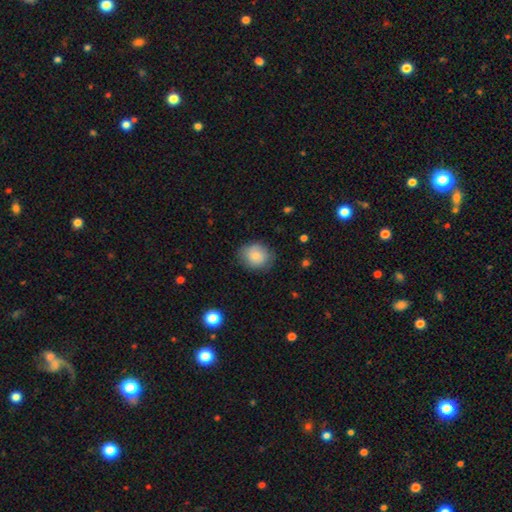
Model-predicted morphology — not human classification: smooth 83%, featured or disk 10%, star or artifact 7%. Down the decision tree: how rounded — round (64%); merging — none (77%).